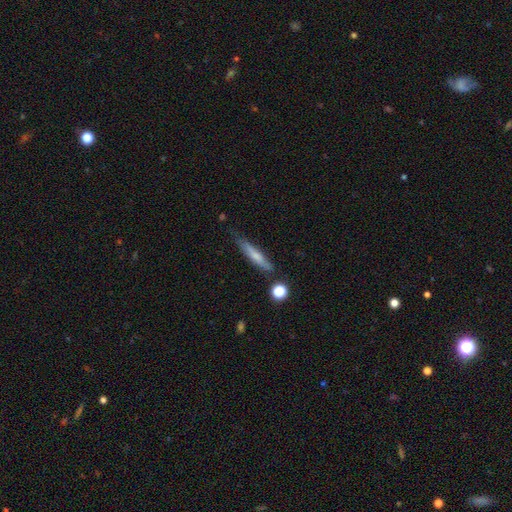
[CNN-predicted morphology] type=smooth (59%); roundness=cigar-shaped (89%); merging=none (73%).